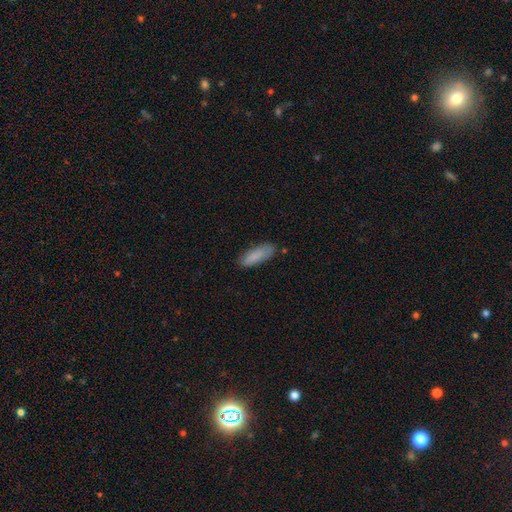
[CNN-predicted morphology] smooth-or-featured: smooth: 85% | featured or disk: 8% | star or artifact: 6%
  how-rounded: in between: 56% | cigar-shaped: 43% | round: 1%
  merging: none: 76% | minor disturbance: 18% | major disturbance: 4% | merger: 2%